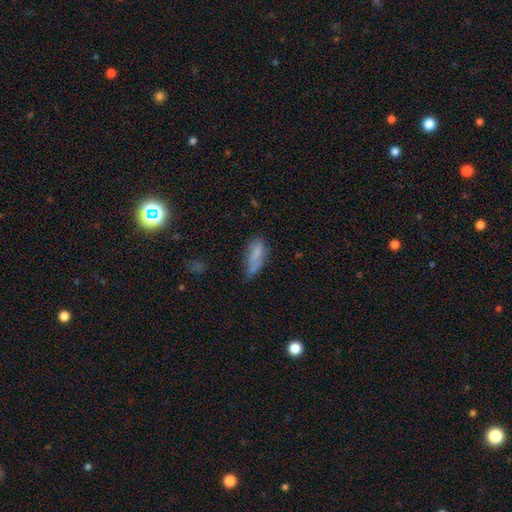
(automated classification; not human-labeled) This appears to be a smooth galaxy with no disk features (69%) that is in between round and cigar-shaped (66%). Merging: none (41%).